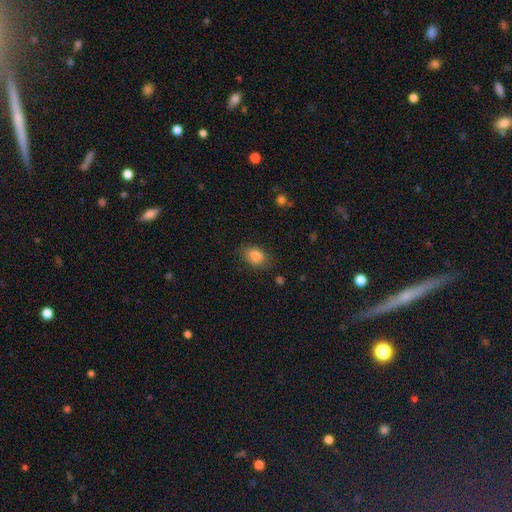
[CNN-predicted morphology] Overall: smooth (85%). How rounded: in between (77%). Merging: none (77%).